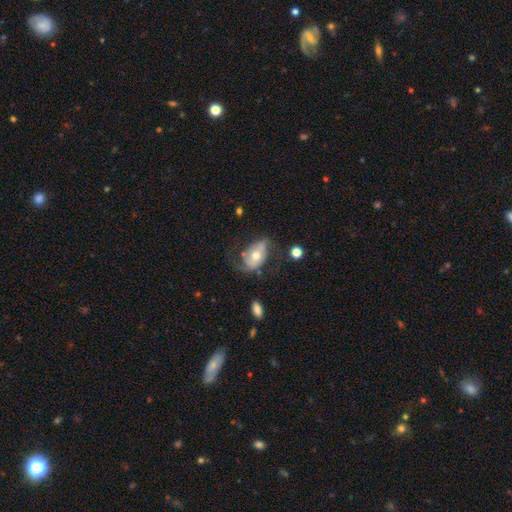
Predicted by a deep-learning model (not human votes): smooth-or-featured: featured or disk: 49% | smooth: 44% | star or artifact: 7%
  merging: none: 39% | major disturbance: 30% | minor disturbance: 28% | merger: 3%